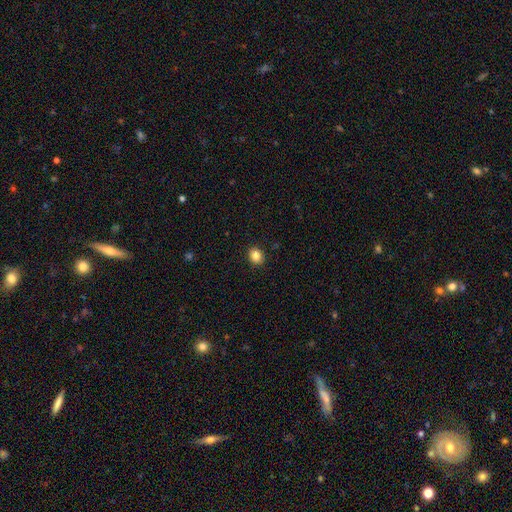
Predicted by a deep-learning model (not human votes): Smooth or featured?
  - smooth: 85% *
  - star or artifact: 10%
  - featured or disk: 5%
How rounded?
  - round: 63% *
  - in between: 36%
  - cigar-shaped: 1%
Merging?
  - none: 91% *
  - minor disturbance: 6%
  - major disturbance: 2%
  - merger: 1%